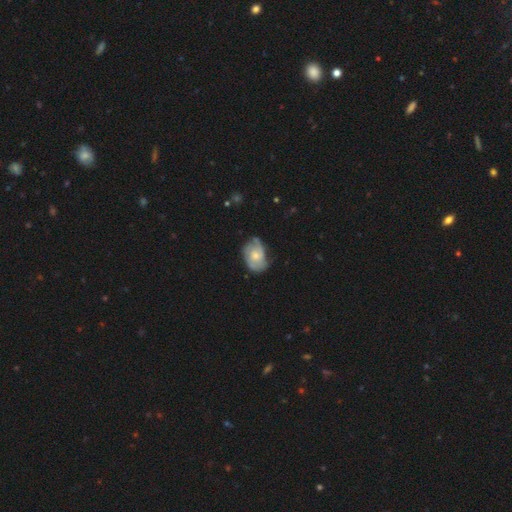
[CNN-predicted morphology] A featured or disk galaxy (61%) with no bar (77%), spiral arms (82%) and a moderate central bulge (56%). Merging: none (57%).